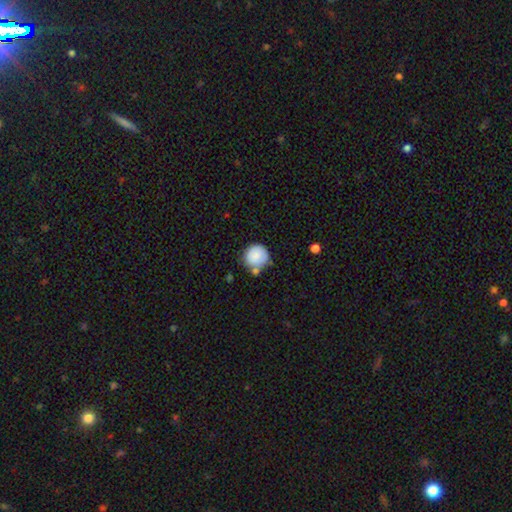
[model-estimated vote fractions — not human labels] Smooth or featured: smooth — 85% (star or artifact — 7%)
How rounded: round — 92% (in between — 7%)
Merging: none — 63% (minor disturbance — 18%)